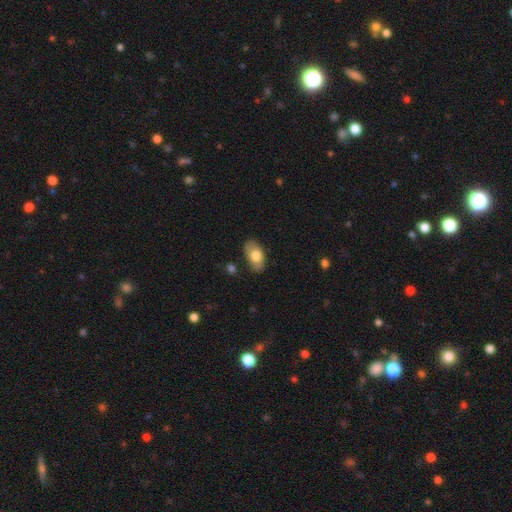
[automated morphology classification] The model was most divided on "smooth or featured": smooth: 74%, featured or disk: 20%, star or artifact: 7%. More confident: how rounded — in between (92%); merging — none (78%).